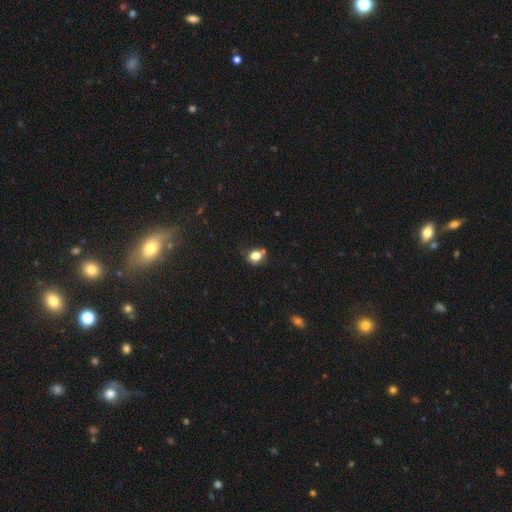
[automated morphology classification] The model was most divided on "how rounded": round: 59%, in between: 40%, cigar-shaped: 1%. More confident: smooth or featured — smooth (77%); merging — none (59%).